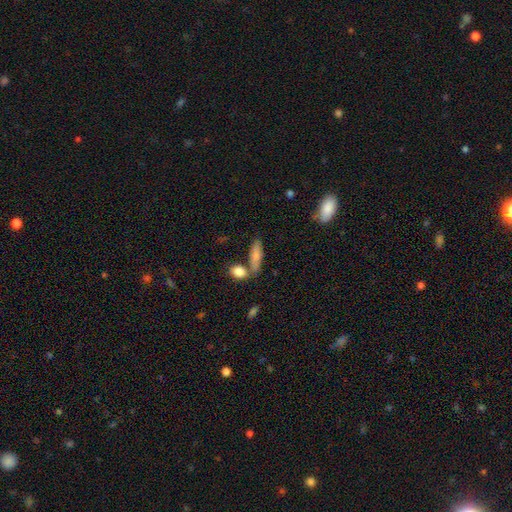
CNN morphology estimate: This appears to be a smooth galaxy with no disk features (77%) that is in between round and cigar-shaped (50%). Merging: none (62%).